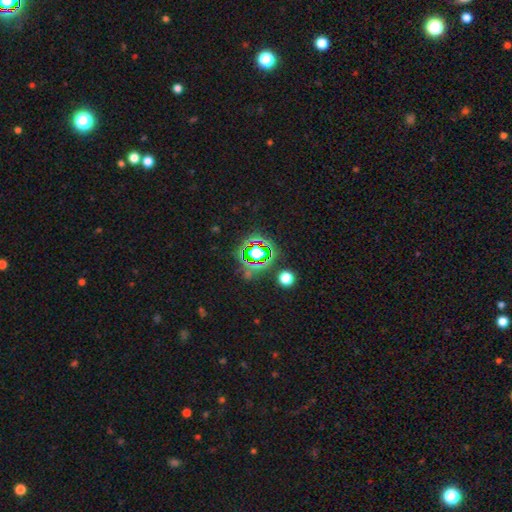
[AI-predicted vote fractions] The model was most divided on "smooth or featured": star or artifact: 77%, smooth: 15%, featured or disk: 9%.